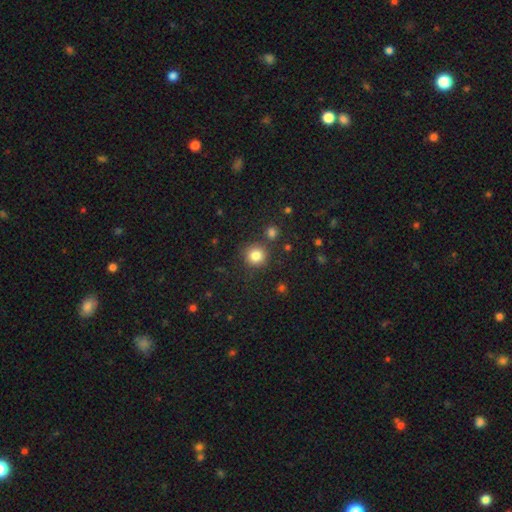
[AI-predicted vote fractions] smooth_or_featured: smooth (p=0.83) [alt: star or artifact p=0.12]
how_rounded: round (p=0.92) [alt: in between p=0.07]
merging: none (p=0.82) [alt: minor disturbance p=0.08]